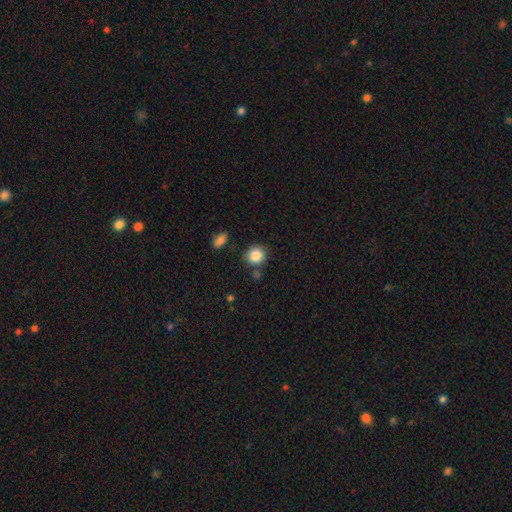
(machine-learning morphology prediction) This is clearly a smooth galaxy (86%). How rounded: clearly round (84%). Merging: likely none (78%).